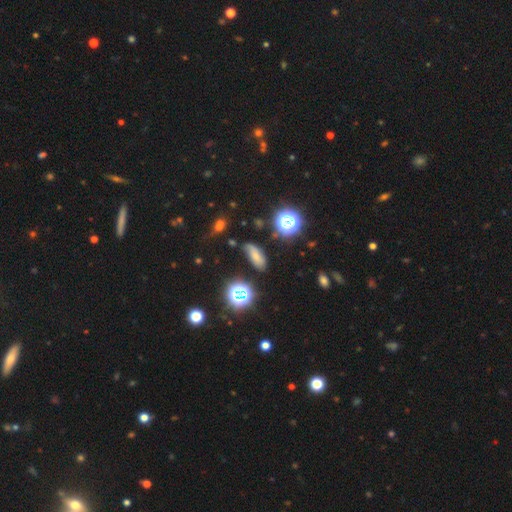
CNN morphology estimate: smooth 59%, star or artifact 24%, featured or disk 17%. Down the decision tree: how rounded — in between (72%); merging — none (67%).